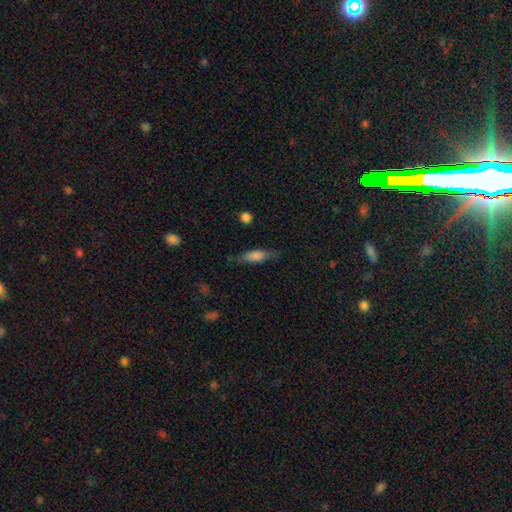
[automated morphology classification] Smooth or featured? smooth (65%)
How rounded? cigar-shaped (55%)
Merging? none (74%)